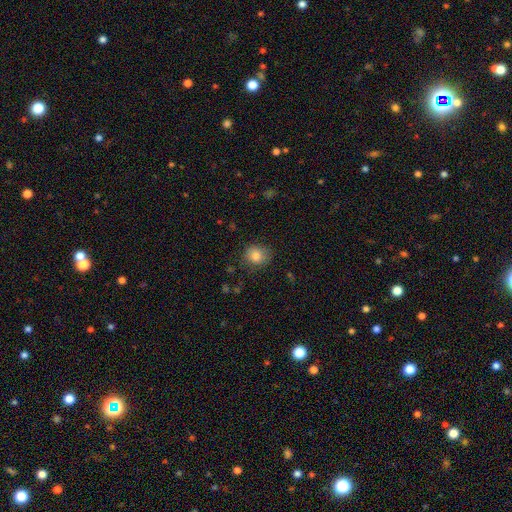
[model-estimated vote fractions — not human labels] Morphology: type=smooth (82%); roundness=round (78%); merging=none (79%).